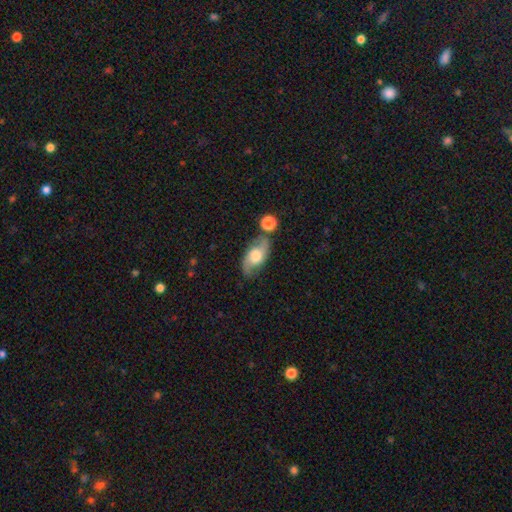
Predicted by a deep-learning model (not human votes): Smooth or featured? featured or disk (58%)
Edge-on disk? no (89%)
Bar? no (63%)
Spiral arms? yes (84%)
Bulge size? moderate (48%)
Merging? none (66%)